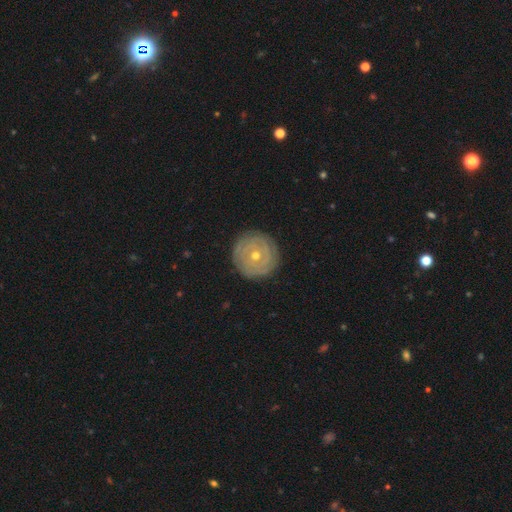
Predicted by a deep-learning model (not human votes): Smooth or featured? Predicted: featured or disk (p=0.72). Edge-on disk? Predicted: no (p=0.96). Bar? Predicted: no (p=0.78). Spiral arms? Predicted: yes (p=0.72). Bulge size? Predicted: small (p=0.50). Merging? Predicted: none (p=0.88).